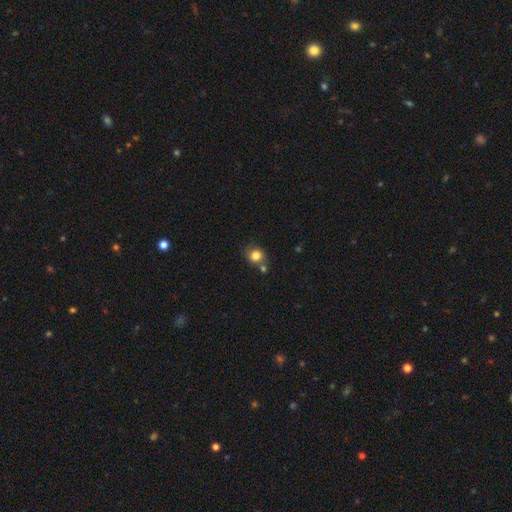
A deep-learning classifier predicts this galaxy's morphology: A smooth galaxy with no disk features (82%) that is round (79%). Merging: none (64%).